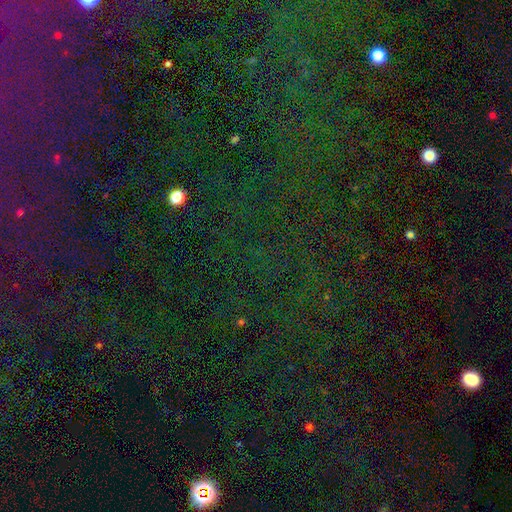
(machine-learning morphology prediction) A star or artifact, not a galaxy (79%).